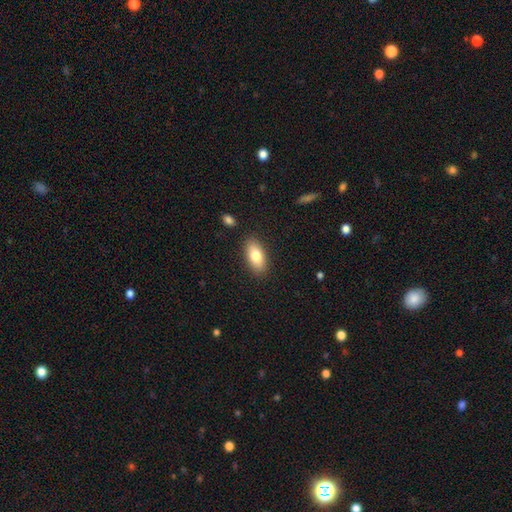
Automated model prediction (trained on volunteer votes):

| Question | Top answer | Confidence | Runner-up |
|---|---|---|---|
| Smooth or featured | smooth | 80% | featured or disk (14%) |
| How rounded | in between | 88% | cigar-shaped (8%) |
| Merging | none | 87% | minor disturbance (9%) |